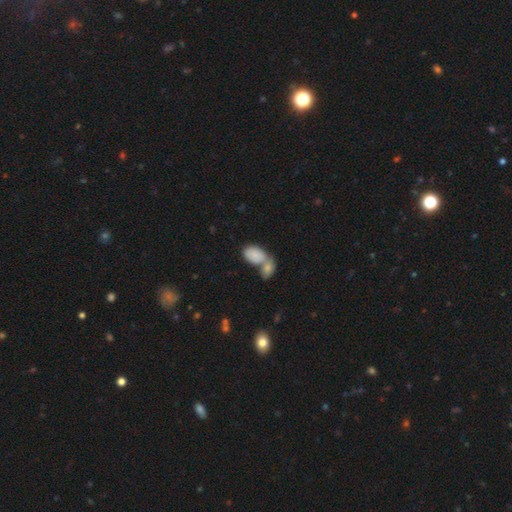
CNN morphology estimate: The model was most divided on "merging": merger: 65%, none: 23%, minor disturbance: 8%, major disturbance: 4%. More confident: how rounded — in between (93%); smooth or featured — smooth (84%).